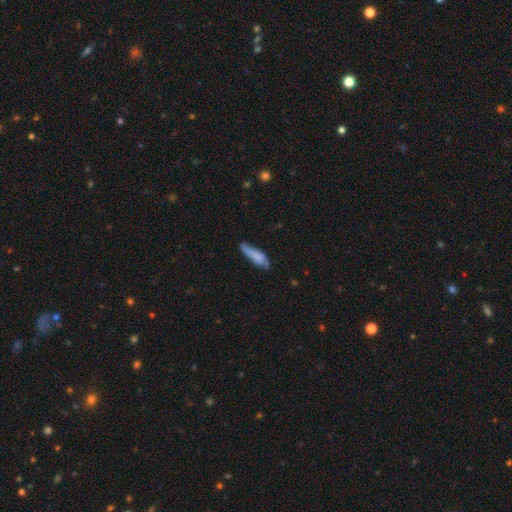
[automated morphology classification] Q: Smooth or featured?
A: smooth (72%); runner-up: featured or disk (21%)
Q: How rounded?
A: cigar-shaped (64%); runner-up: in between (34%)
Q: Merging?
A: none (52%); runner-up: minor disturbance (34%)